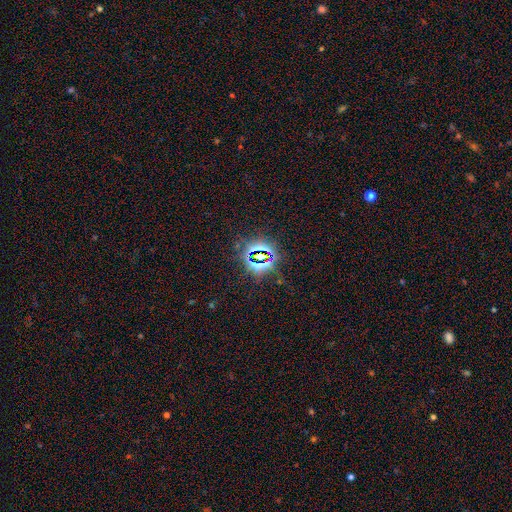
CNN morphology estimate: Smooth or featured? star or artifact (81%)